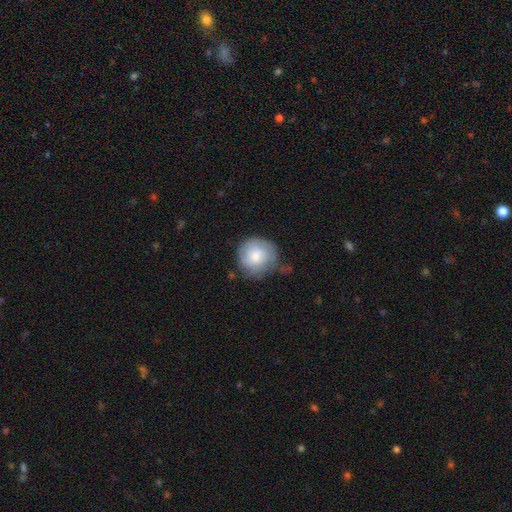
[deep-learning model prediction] Smooth or featured: smooth — 63% (featured or disk — 30%)
How rounded: round — 91% (in between — 8%)
Merging: none — 58% (minor disturbance — 28%)